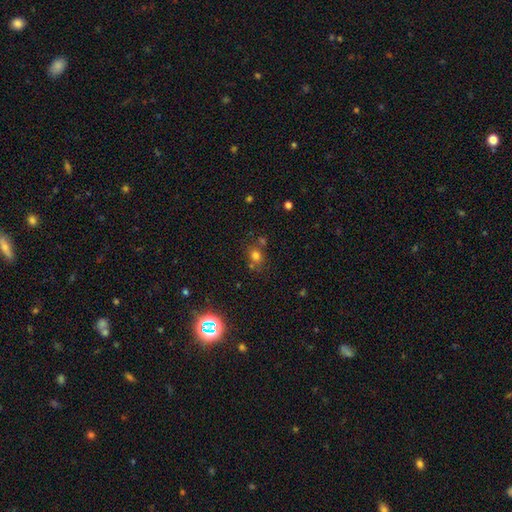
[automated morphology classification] smooth-or-featured: smooth: 71% | star or artifact: 20% | featured or disk: 9%
  how-rounded: round: 64% | in between: 35% | cigar-shaped: 1%
  merging: none: 63% | merger: 18% | minor disturbance: 14% | major disturbance: 5%